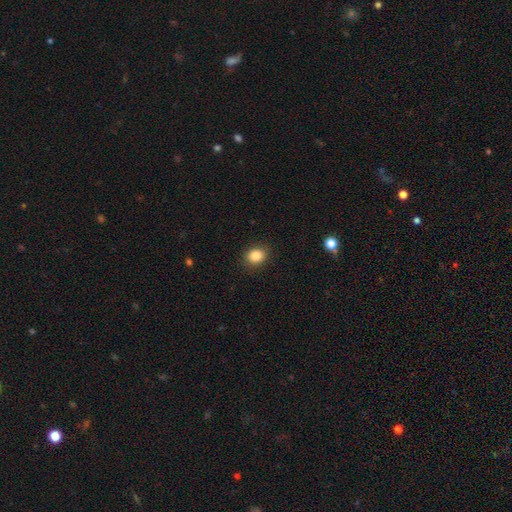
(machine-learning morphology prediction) Q: Smooth or featured?
A: smooth (86%); runner-up: star or artifact (10%)
Q: How rounded?
A: round (59%); runner-up: in between (40%)
Q: Merging?
A: none (88%); runner-up: minor disturbance (9%)